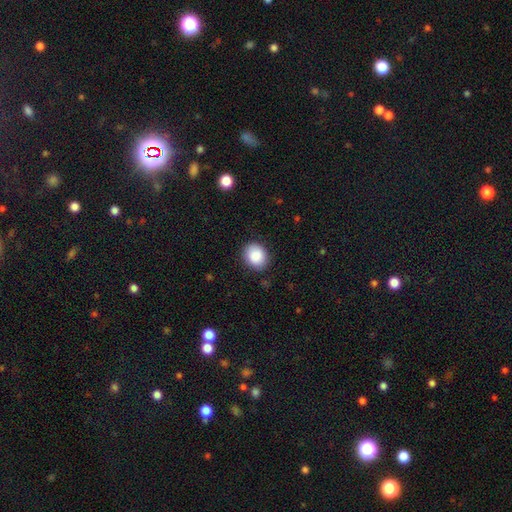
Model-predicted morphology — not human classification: Smooth or featured: smooth — 87% (star or artifact — 8%)
How rounded: round — 58% (in between — 42%)
Merging: none — 87% (minor disturbance — 10%)